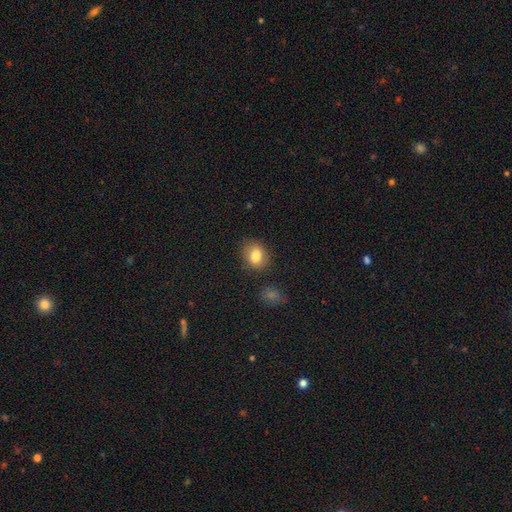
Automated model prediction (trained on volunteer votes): smooth-or-featured: smooth: 82% | featured or disk: 9% | star or artifact: 9%
  how-rounded: in between: 52% | round: 47% | cigar-shaped: 1%
  merging: none: 82% | minor disturbance: 12% | merger: 3% | major disturbance: 3%